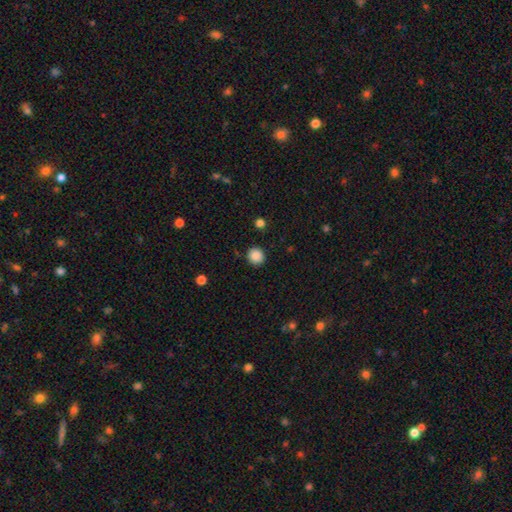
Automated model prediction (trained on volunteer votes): smooth_or_featured: smooth (p=0.87) [alt: star or artifact p=0.10]
how_rounded: round (p=0.91) [alt: in between p=0.08]
merging: none (p=0.90) [alt: minor disturbance p=0.06]